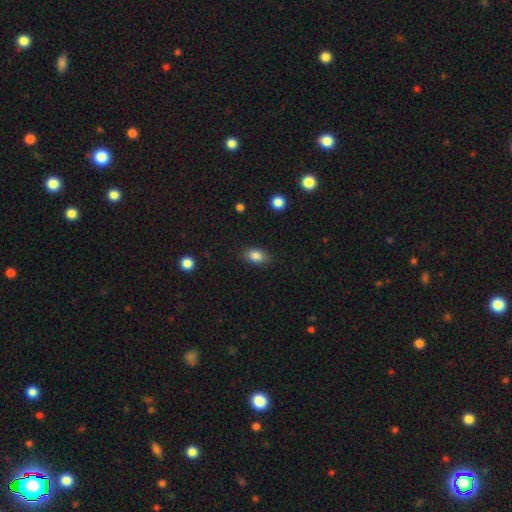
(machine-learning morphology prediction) smooth-or-featured: smooth: 85% | star or artifact: 9% | featured or disk: 6%
  how-rounded: in between: 85% | round: 12% | cigar-shaped: 3%
  merging: none: 84% | minor disturbance: 12% | major disturbance: 3% | merger: 1%